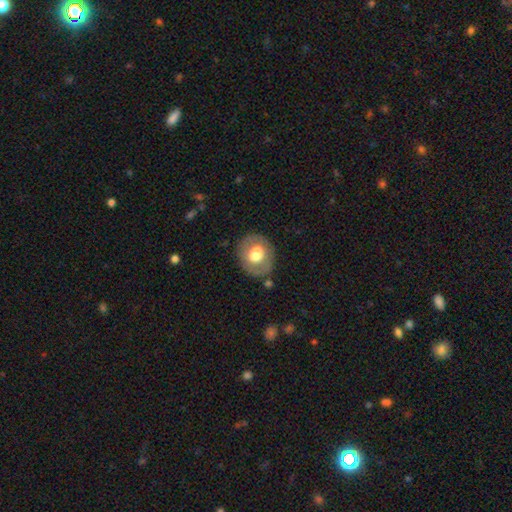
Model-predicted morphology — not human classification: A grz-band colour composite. It shows a smooth galaxy with no disk features (57%) that is round (63%). Merging: none (62%).